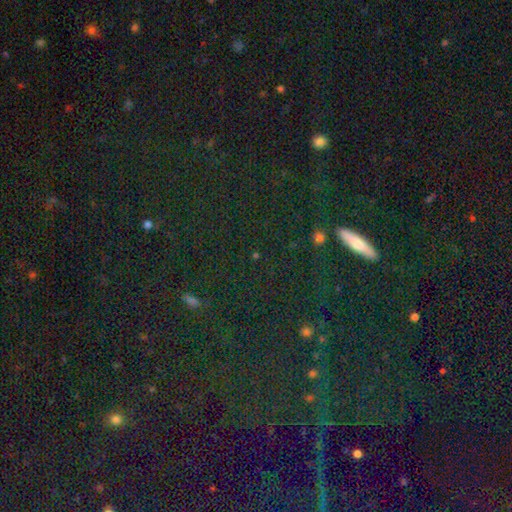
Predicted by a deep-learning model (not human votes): The model was most divided on "smooth or featured": star or artifact: 48%, smooth: 38%, featured or disk: 14%.